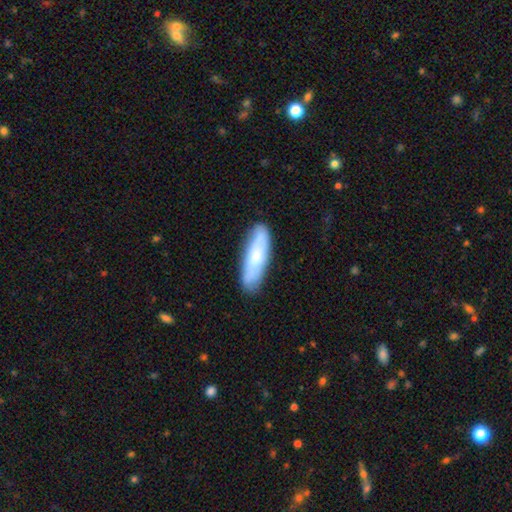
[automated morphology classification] Q: Smooth or featured?
A: smooth (69%); runner-up: featured or disk (25%)
Q: How rounded?
A: cigar-shaped (63%); runner-up: in between (36%)
Q: Merging?
A: none (83%); runner-up: minor disturbance (13%)